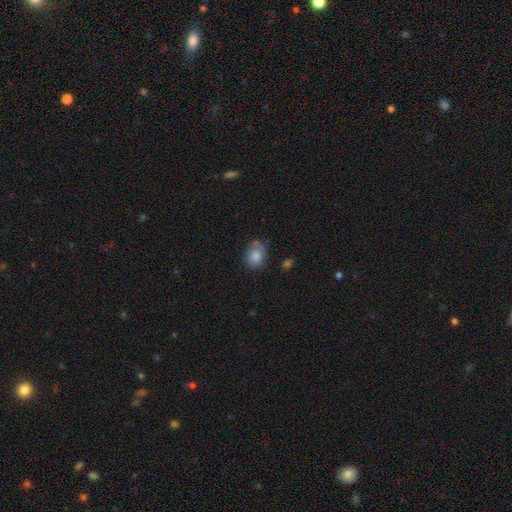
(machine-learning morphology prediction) smooth-or-featured: smooth: 78% | featured or disk: 13% | star or artifact: 9%
  how-rounded: in between: 58% | round: 41% | cigar-shaped: 1%
  merging: none: 60% | minor disturbance: 27% | major disturbance: 9% | merger: 4%